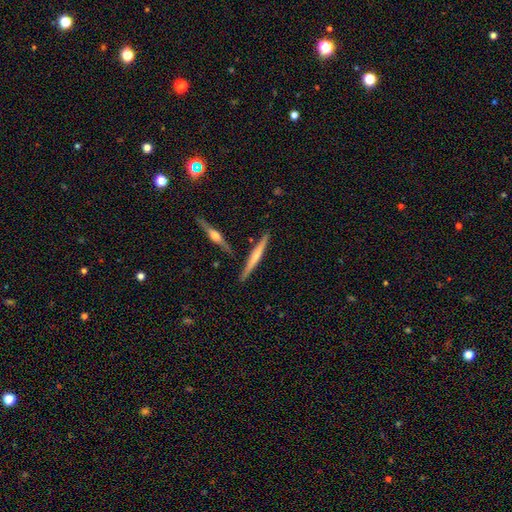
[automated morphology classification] The model was most divided on "smooth or featured": featured or disk: 59%, smooth: 36%, star or artifact: 5%. More confident: edge-on disk — yes (97%); merging — none (83%); edge-on bulge — rounded (66%).